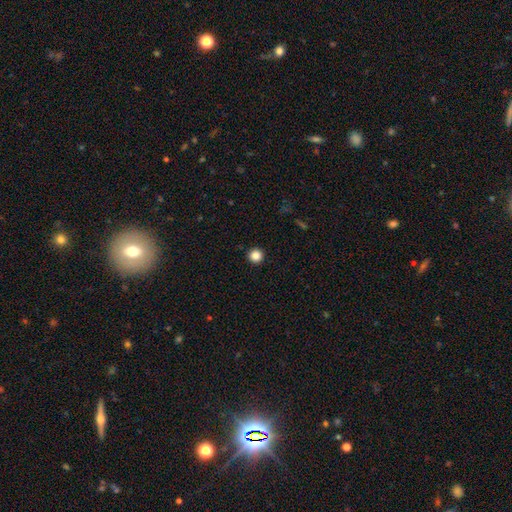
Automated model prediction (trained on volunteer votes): Overall: smooth (85%). How rounded: round (96%). Merging: none (93%).